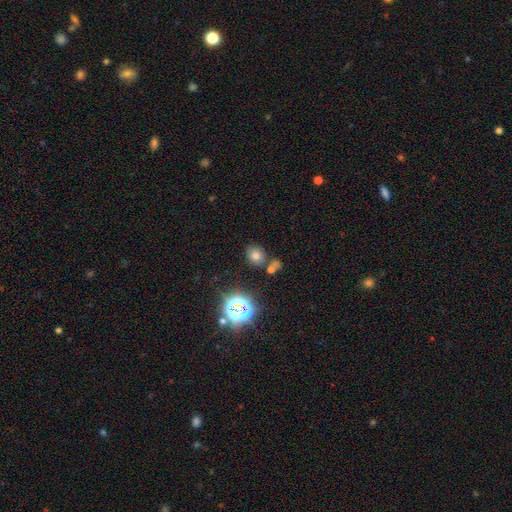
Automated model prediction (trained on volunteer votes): This appears to be a smooth galaxy with no disk features (65%) that is round (60%). Merging: none (72%).